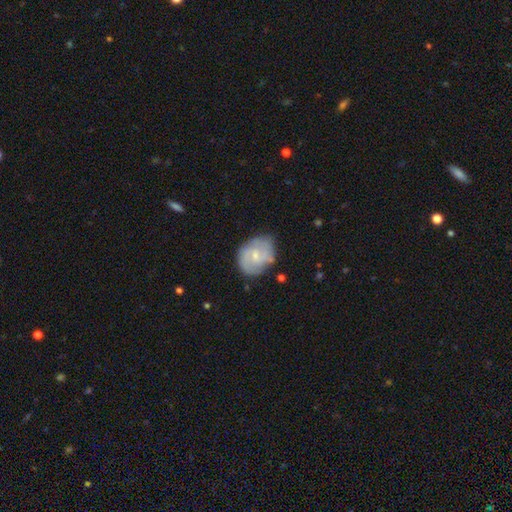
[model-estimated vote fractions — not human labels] Overall: featured or disk (64%; smooth 30%). Edge-on disk: no (98%). Bar: weak (50%; no 43%). Spiral arms: yes (86%). Spiral arm count: 2 (65%). Spiral winding: medium (46%; tight 36%). Bulge size: small (61%; moderate 29%). Merging: none (70%).